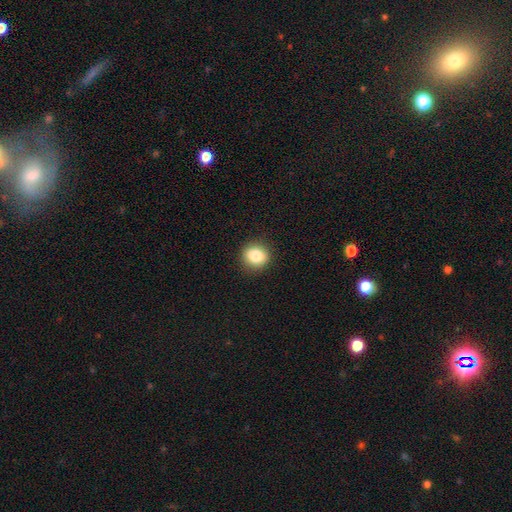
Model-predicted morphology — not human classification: A smooth galaxy with no disk features (83%) that is round (82%).

Vote fractions:
- Smooth or featured? smooth: 83% / star or artifact: 10% / featured or disk: 7%
- How rounded? round: 82% / in between: 17% / cigar-shaped: 1%
- Merging? none: 90% / minor disturbance: 7% / major disturbance: 2% / merger: 1%